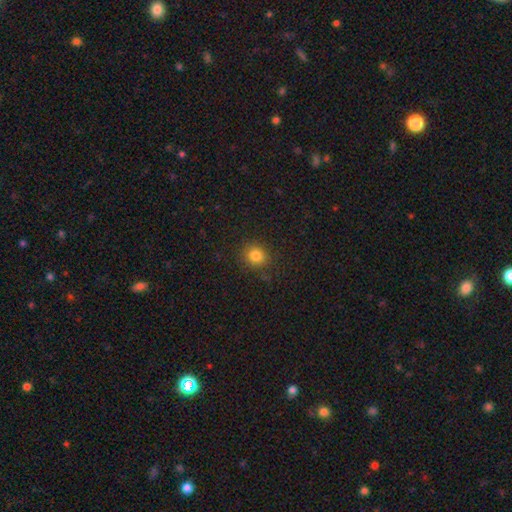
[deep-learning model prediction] smooth 82%, star or artifact 13%, featured or disk 5%. Down the decision tree: how rounded — round (86%); merging — none (87%).